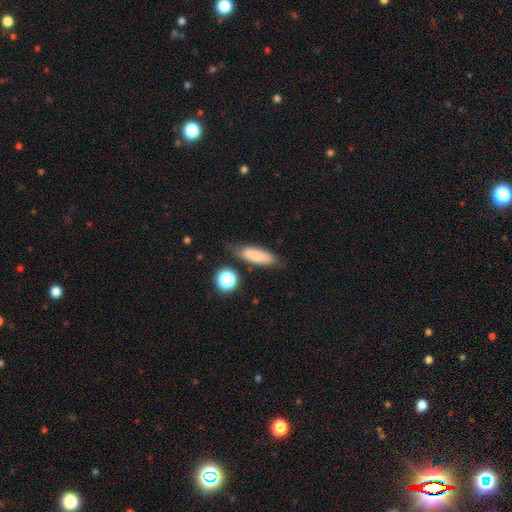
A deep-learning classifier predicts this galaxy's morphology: Q: Smooth or featured?
A: smooth (78%); runner-up: featured or disk (13%)
Q: How rounded?
A: in between (52%); runner-up: cigar-shaped (45%)
Q: Merging?
A: none (67%); runner-up: minor disturbance (21%)